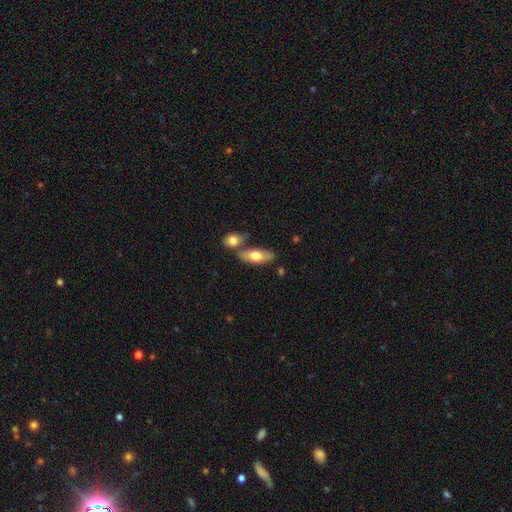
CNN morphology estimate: Smooth or featured? smooth (68%)
How rounded? in between (76%)
Merging? none (58%)